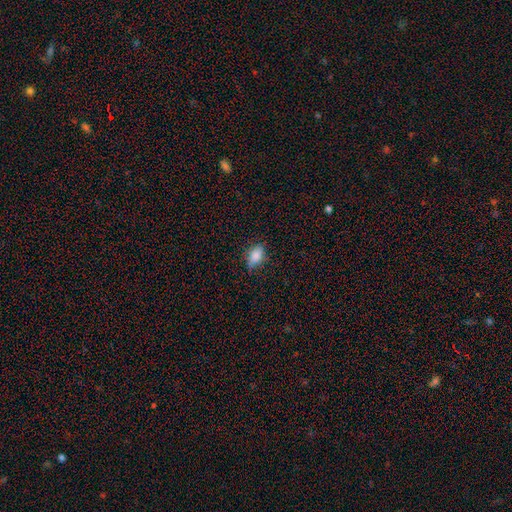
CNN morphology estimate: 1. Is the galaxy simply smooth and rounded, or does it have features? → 79% smooth, 11% featured or disk, 10% star or artifact.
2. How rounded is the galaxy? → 85% in between, 10% round, 5% cigar-shaped.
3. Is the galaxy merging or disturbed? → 70% none, 23% minor disturbance, 5% major disturbance, 1% merger.